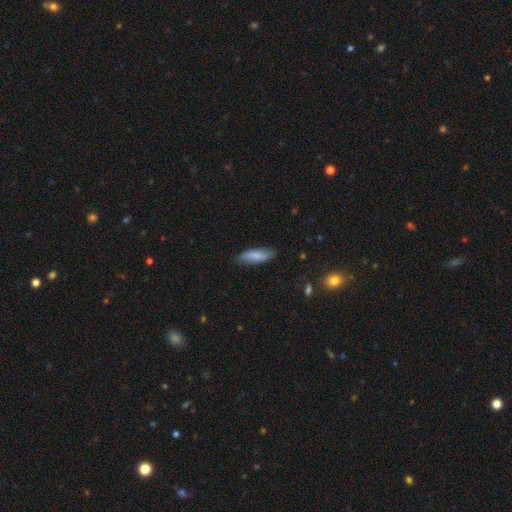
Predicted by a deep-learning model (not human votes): Smooth or featured?
  - smooth: 81% *
  - featured or disk: 14%
  - star or artifact: 6%
How rounded?
  - in between: 54% *
  - cigar-shaped: 44%
  - round: 2%
Merging?
  - none: 81% *
  - minor disturbance: 15%
  - major disturbance: 3%
  - merger: 1%